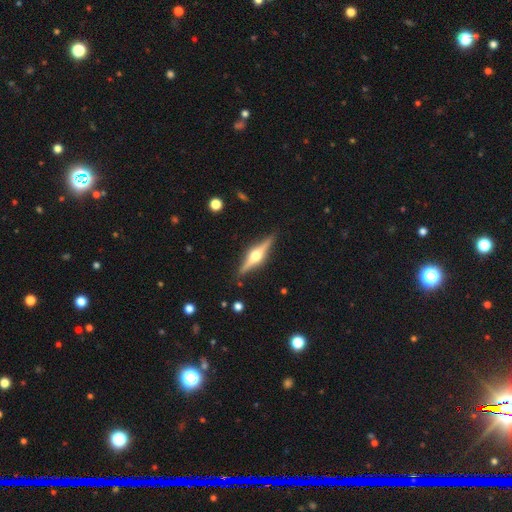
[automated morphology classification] The model was most divided on "smooth or featured": featured or disk: 81%, smooth: 14%, star or artifact: 5%. More confident: edge-on disk — yes (98%); edge-on bulge — rounded (95%); merging — none (89%).